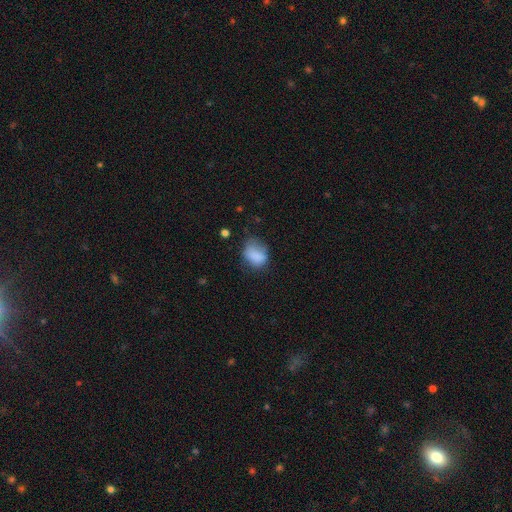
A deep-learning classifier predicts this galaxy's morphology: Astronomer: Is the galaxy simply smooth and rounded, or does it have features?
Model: smooth — 81%.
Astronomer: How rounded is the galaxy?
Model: in between — 69%.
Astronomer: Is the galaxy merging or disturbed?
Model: none — 46% (runner-up: minor disturbance, 34%).